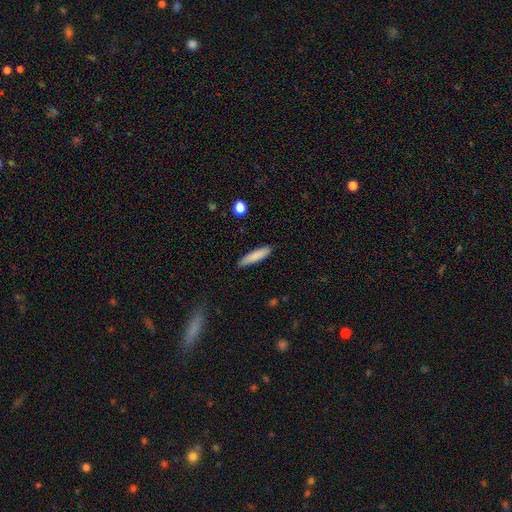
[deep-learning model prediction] A smooth galaxy with no disk features (85%) that is cigar-shaped (79%). Merging: none (88%).